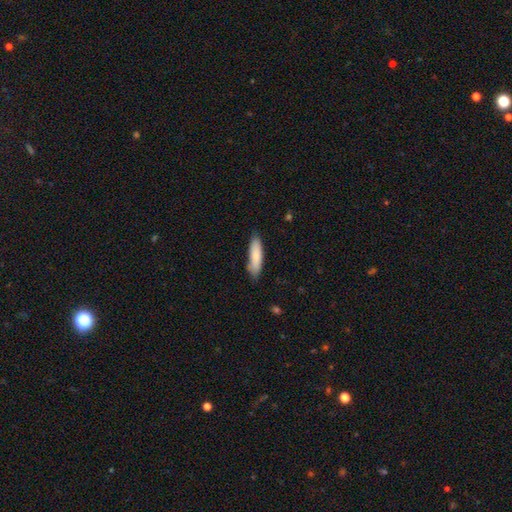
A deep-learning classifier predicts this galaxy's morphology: This appears to be a smooth galaxy with no disk features (85%) that is cigar-shaped (60%). Merging: none (79%).